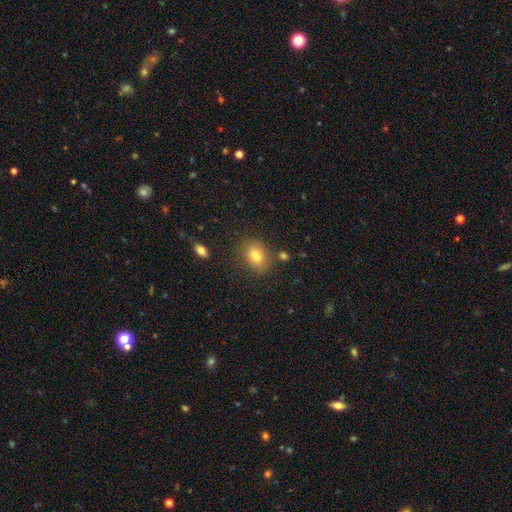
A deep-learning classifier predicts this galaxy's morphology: Smooth or featured?
  - smooth: 81% *
  - star or artifact: 9%
  - featured or disk: 9%
How rounded?
  - in between: 72% *
  - round: 26%
  - cigar-shaped: 1%
Merging?
  - none: 78% *
  - minor disturbance: 13%
  - merger: 5%
  - major disturbance: 4%